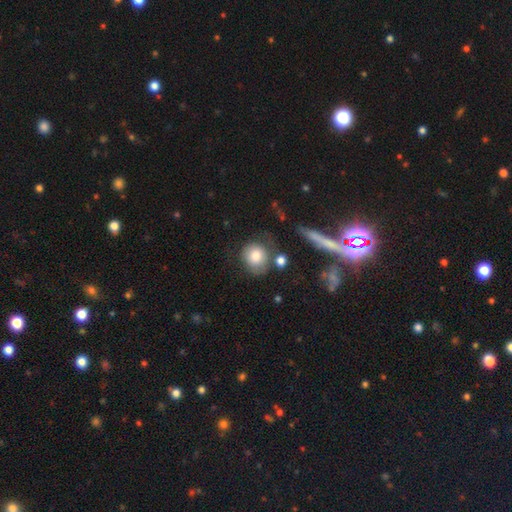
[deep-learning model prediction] This appears to be a smooth galaxy with no disk features (76%) that is round (84%). Merging: none (57%).